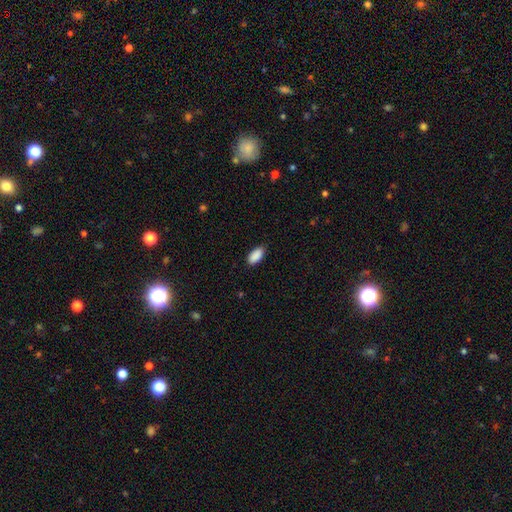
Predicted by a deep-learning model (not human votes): smooth_or_featured: smooth (p=0.91) [alt: star or artifact p=0.07]
how_rounded: in between (p=0.93) [alt: cigar-shaped p=0.04]
merging: none (p=0.85) [alt: minor disturbance p=0.12]